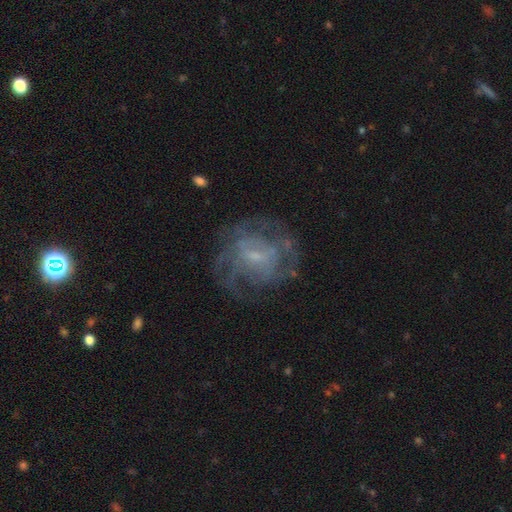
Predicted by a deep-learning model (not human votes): Smooth or featured: featured or disk — 71% (smooth — 17%)
Edge-on disk: no — 97% (yes — 3%)
Bar: weak — 48% (no — 41%)
Spiral arms: yes — 73% (no — 27%)
Spiral winding: tight — 50% (medium — 36%)
Spiral arm count: can't tell — 55% (2 — 14%)
Bulge size: small — 60% (moderate — 21%)
Merging: none — 68% (minor disturbance — 16%)